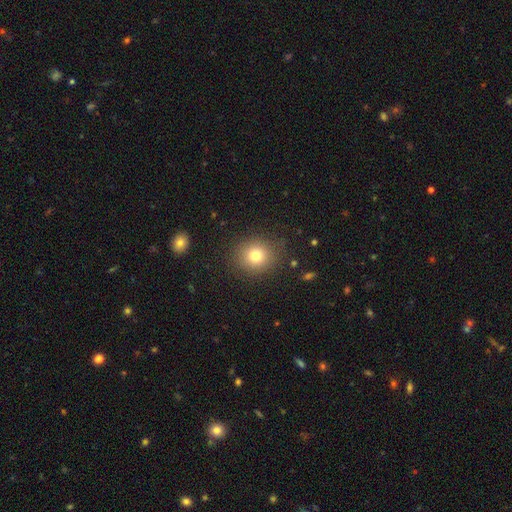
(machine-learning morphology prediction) Smooth or featured?
  - smooth: 78% *
  - star or artifact: 13%
  - featured or disk: 9%
How rounded?
  - round: 83% *
  - in between: 16%
  - cigar-shaped: 1%
Merging?
  - none: 86% *
  - minor disturbance: 9%
  - major disturbance: 4%
  - merger: 1%